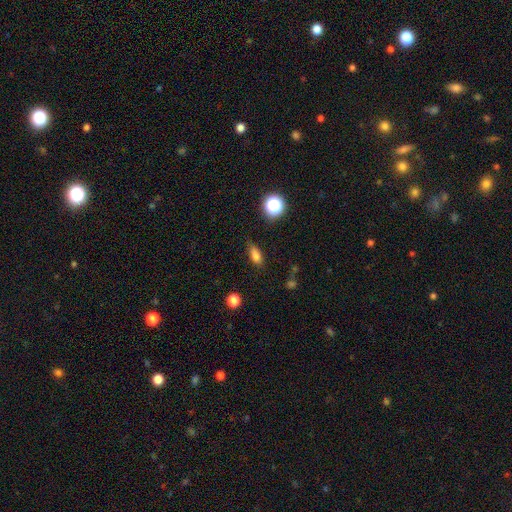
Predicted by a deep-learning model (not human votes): The model was most divided on "merging": none: 72%, minor disturbance: 21%, major disturbance: 5%, merger: 2%. More confident: smooth or featured — smooth (79%); how rounded — in between (73%).